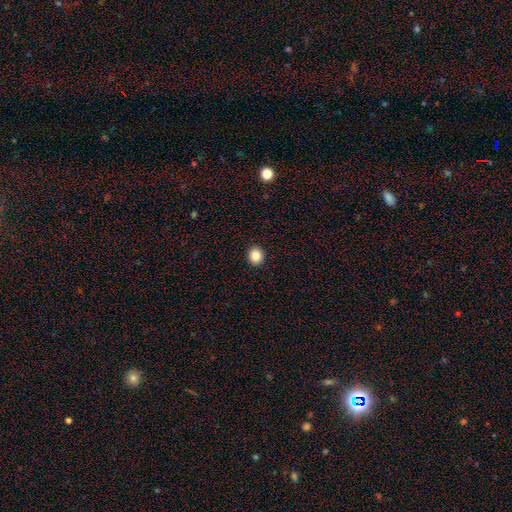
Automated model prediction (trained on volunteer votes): Morphology: type=smooth (86%); roundness=round (71%); merging=none (92%).